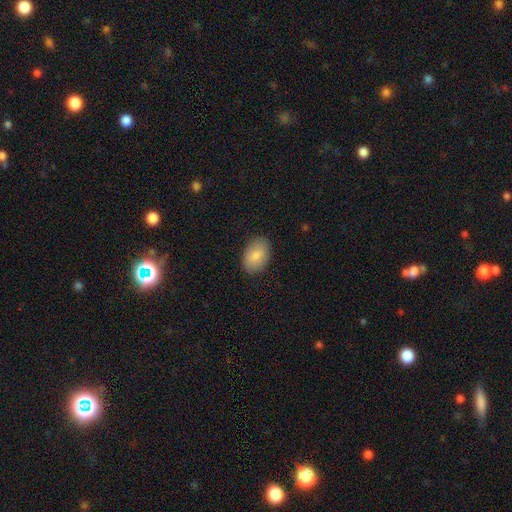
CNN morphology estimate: Smooth or featured?
  - smooth: 85% *
  - featured or disk: 9%
  - star or artifact: 6%
How rounded?
  - in between: 89% *
  - round: 10%
  - cigar-shaped: 1%
Merging?
  - none: 86% *
  - minor disturbance: 11%
  - major disturbance: 2%
  - merger: 1%